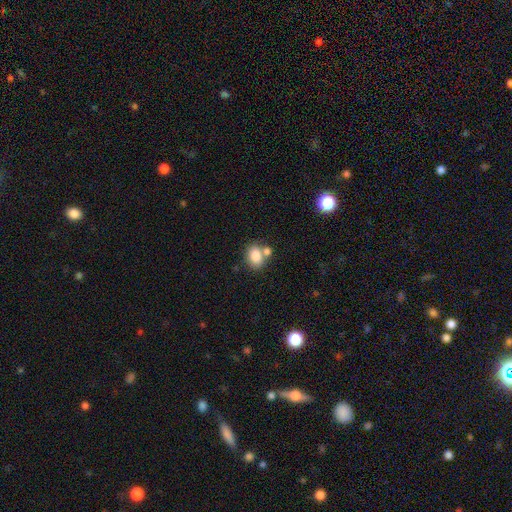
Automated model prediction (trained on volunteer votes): Smooth or featured? Predicted: smooth (p=0.82). How rounded? Predicted: in between (p=0.67). Merging? Predicted: none (p=0.52).